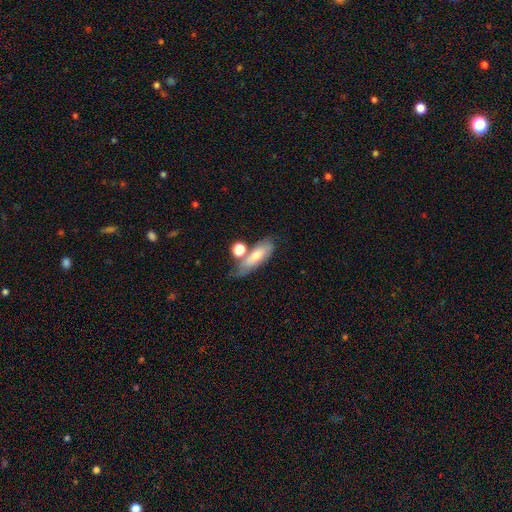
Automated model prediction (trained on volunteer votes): Smooth or featured? Predicted: smooth (p=0.66). How rounded? Predicted: in between (p=0.62). Merging? Predicted: none (p=0.47).